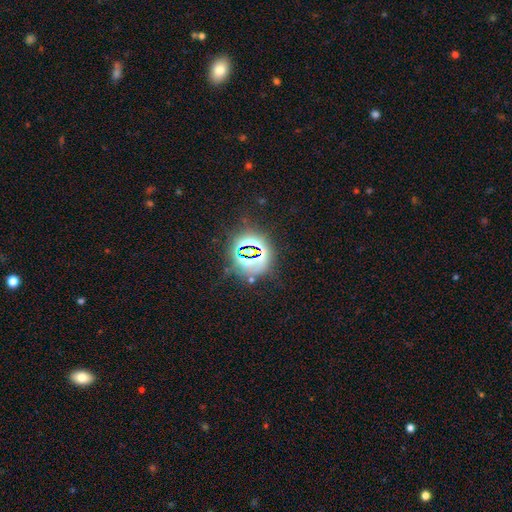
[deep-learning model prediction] Q: Smooth or featured?
A: star or artifact (71%); runner-up: smooth (19%)